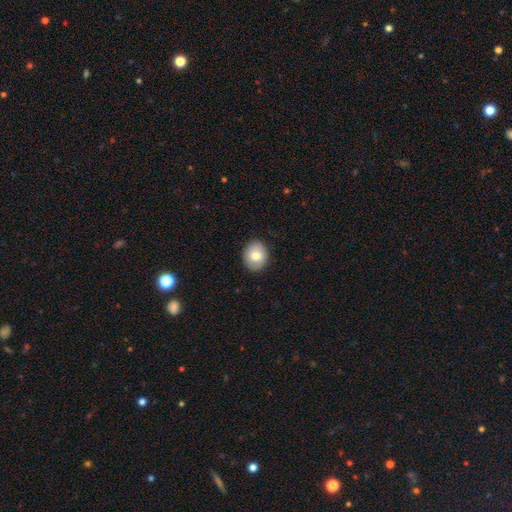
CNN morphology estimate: This is likely a smooth galaxy (78%). How rounded: possibly round (57%). Merging: clearly none (88%).